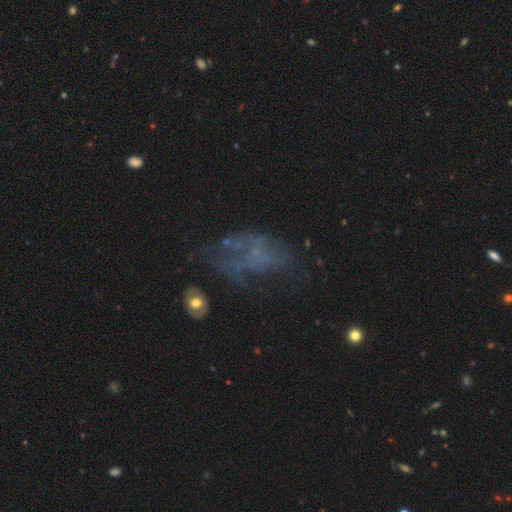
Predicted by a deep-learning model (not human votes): Smooth or featured: featured or disk — 50% (smooth — 25%)
Edge-on disk: no — 96% (yes — 4%)
Merging: major disturbance — 41% (none — 34%)